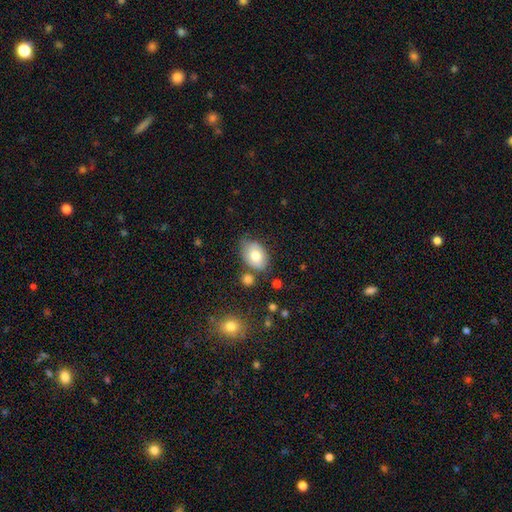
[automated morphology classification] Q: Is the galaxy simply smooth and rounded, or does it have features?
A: smooth — 76%.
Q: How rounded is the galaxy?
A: in between — 83%.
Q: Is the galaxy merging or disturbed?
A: none — 62%.